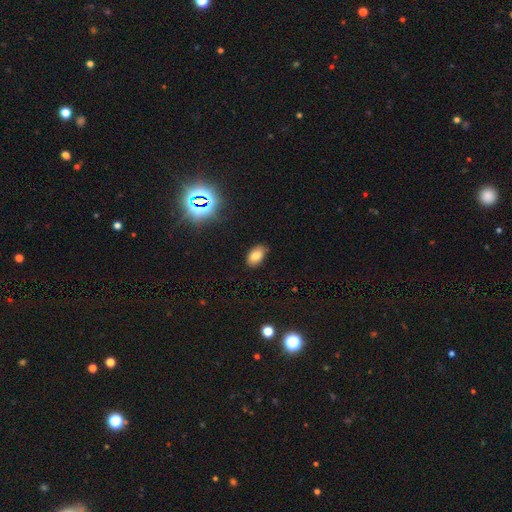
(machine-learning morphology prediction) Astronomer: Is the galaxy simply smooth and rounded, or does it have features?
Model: smooth — 78%.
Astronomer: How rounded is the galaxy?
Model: in between — 92%.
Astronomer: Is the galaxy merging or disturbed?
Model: none — 84%.